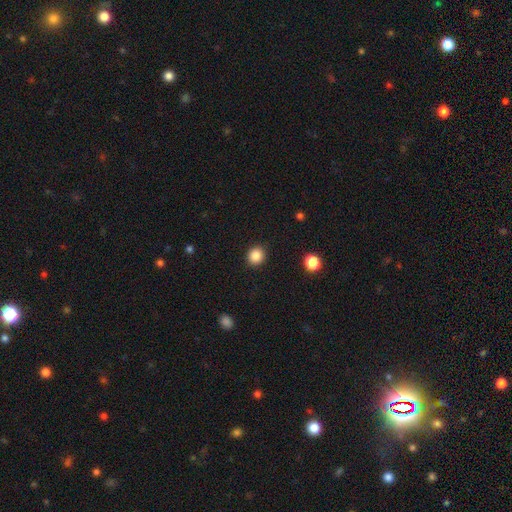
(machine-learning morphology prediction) Smooth or featured? smooth (86%)
How rounded? round (85%)
Merging? none (92%)